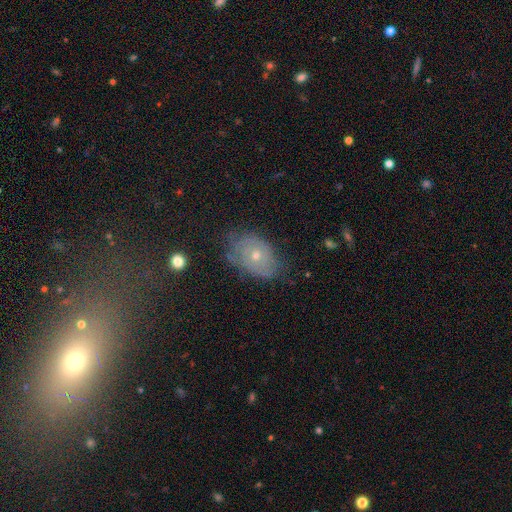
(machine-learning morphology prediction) featured or disk 49%, smooth 40%, star or artifact 11%. Down the decision tree: merging — none (61%).